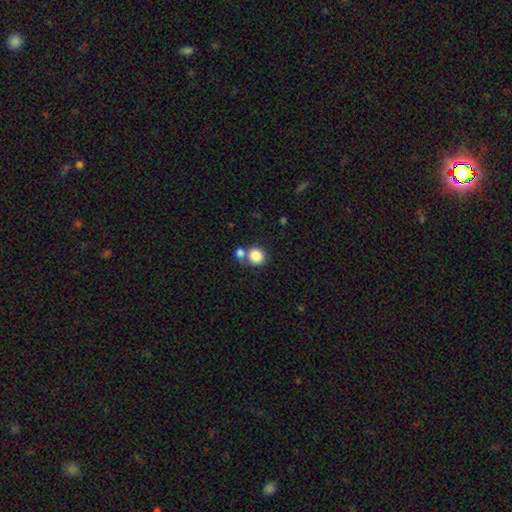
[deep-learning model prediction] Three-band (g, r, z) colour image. It shows a smooth galaxy with no disk features (85%) that is round (85%). Merging: none (56%).